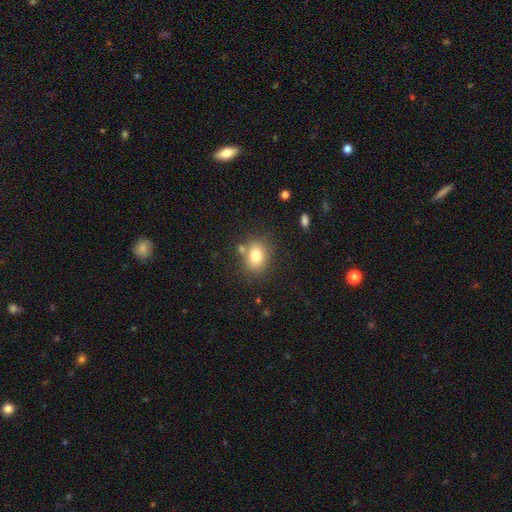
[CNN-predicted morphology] Overall: smooth (78%). How rounded: in between (51%; round 48%). Merging: none (72%).